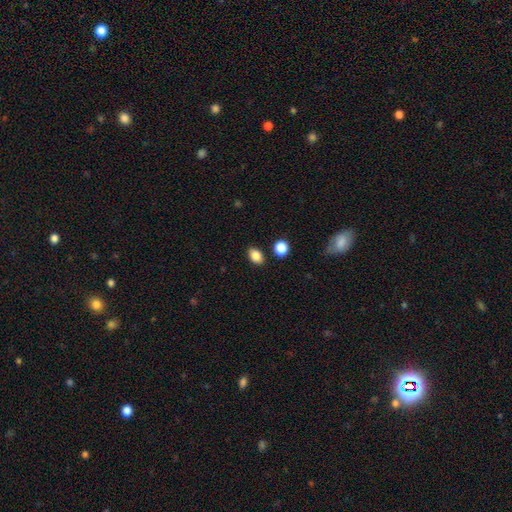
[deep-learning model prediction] The model was most divided on "how rounded": in between: 78%, round: 21%, cigar-shaped: 1%. More confident: smooth or featured — smooth (87%); merging — none (84%).